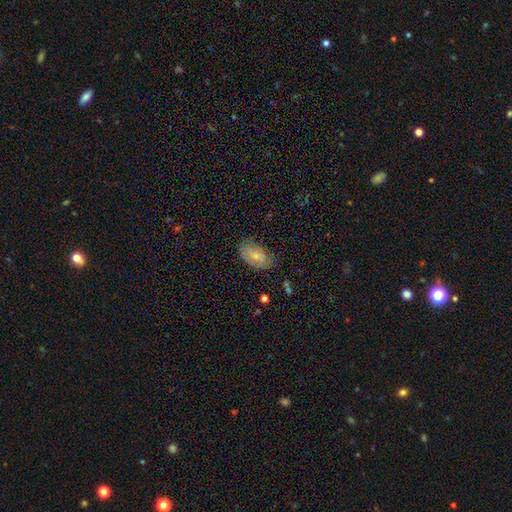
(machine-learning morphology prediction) Smooth or featured? Predicted: smooth (p=0.65). How rounded? Predicted: in between (p=0.92). Merging? Predicted: none (p=0.65).